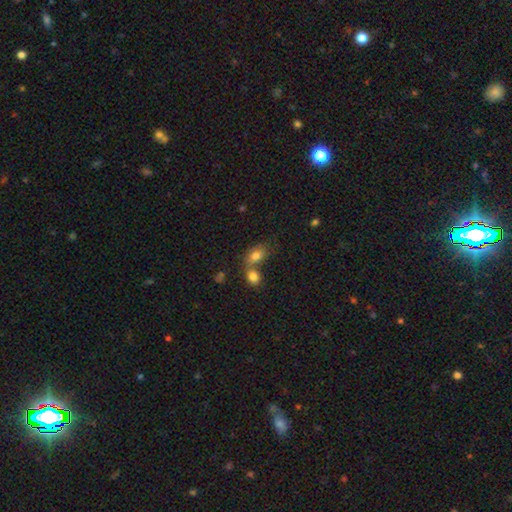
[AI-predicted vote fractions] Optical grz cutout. It shows a smooth galaxy with no disk features (80%) that is in between round and cigar-shaped (79%). Merging: merger (52%).